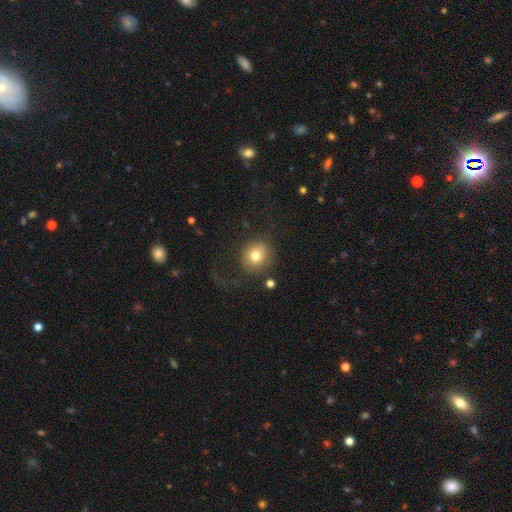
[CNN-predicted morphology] Q: Smooth or featured?
A: smooth (74%); runner-up: featured or disk (15%)
Q: How rounded?
A: round (86%); runner-up: in between (13%)
Q: Merging?
A: none (64%); runner-up: major disturbance (19%)